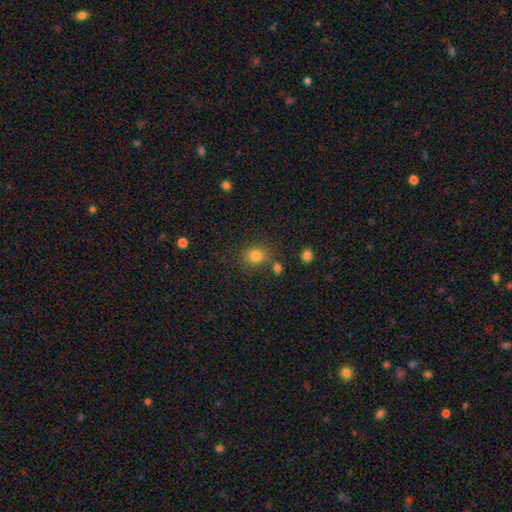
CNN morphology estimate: Smooth or featured? Predicted: smooth (p=0.81). How rounded? Predicted: round (p=0.66). Merging? Predicted: none (p=0.72).